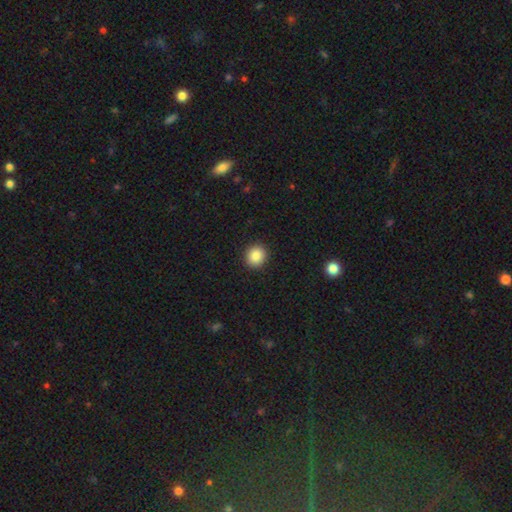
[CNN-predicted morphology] A smooth galaxy with no disk features (87%) that is round (85%).

Vote fractions:
- Smooth or featured? smooth: 87% / star or artifact: 9% / featured or disk: 4%
- How rounded? round: 85% / in between: 14% / cigar-shaped: 1%
- Merging? none: 92% / minor disturbance: 5% / major disturbance: 2% / merger: 1%